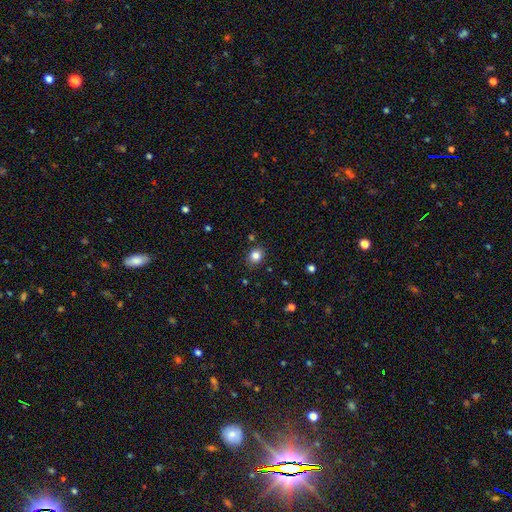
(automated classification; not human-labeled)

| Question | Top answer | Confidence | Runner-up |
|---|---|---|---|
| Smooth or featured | smooth | 83% | star or artifact (11%) |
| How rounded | round | 64% | in between (35%) |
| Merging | none | 86% | minor disturbance (10%) |